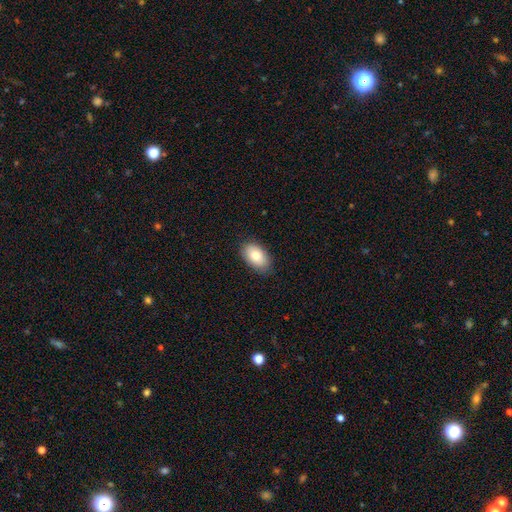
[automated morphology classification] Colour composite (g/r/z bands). It shows a smooth galaxy with no disk features (79%) that is in between round and cigar-shaped (92%). Merging: none (85%).